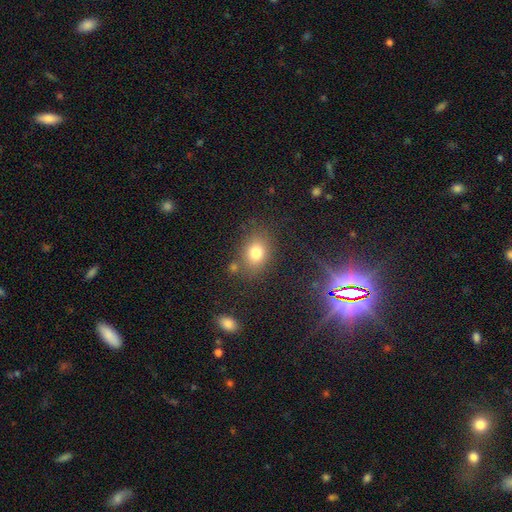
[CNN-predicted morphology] This appears to be a smooth galaxy with no disk features (75%) that is in between round and cigar-shaped (61%). Merging: none (76%).